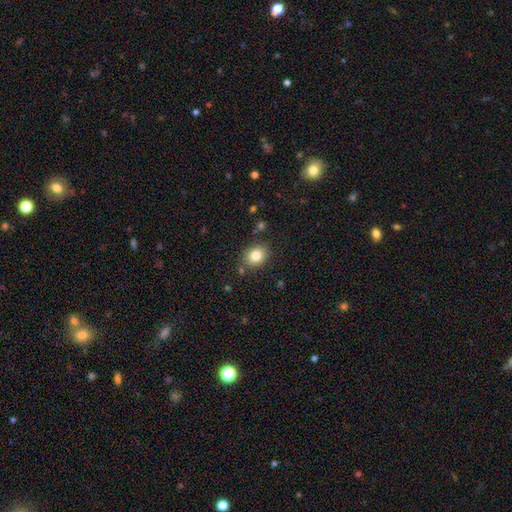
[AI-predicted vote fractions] A smooth galaxy with no disk features (82%) that is round (58%). Merging: none (83%).